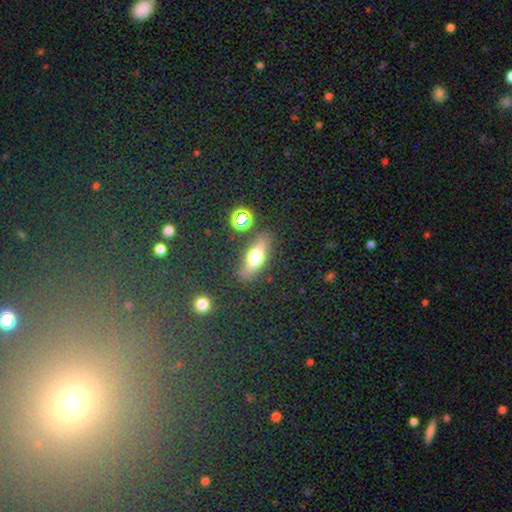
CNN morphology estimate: Overall: smooth (54%; featured or disk 35%). How rounded: in between (55%; cigar-shaped 37%). Merging: none (82%).